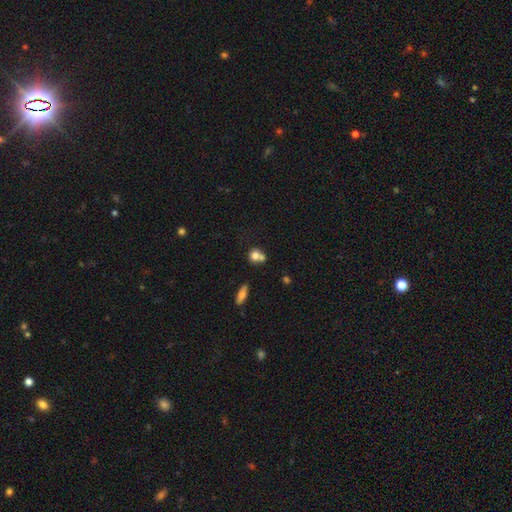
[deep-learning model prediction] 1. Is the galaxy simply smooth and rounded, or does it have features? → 75% smooth, 15% featured or disk, 11% star or artifact.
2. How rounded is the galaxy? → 72% round, 26% in between, 2% cigar-shaped.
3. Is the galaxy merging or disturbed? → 49% merger, 36% none, 11% minor disturbance, 5% major disturbance.